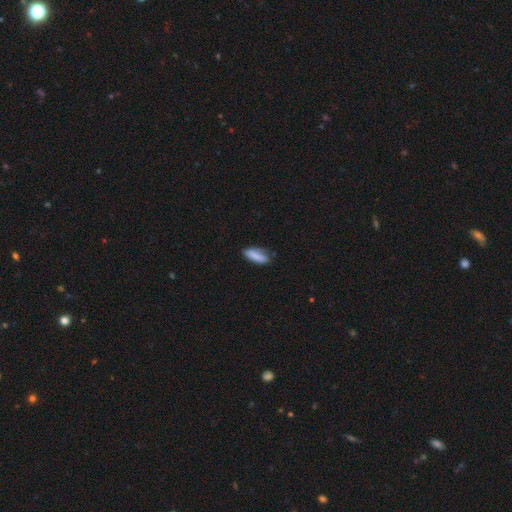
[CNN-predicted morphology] The model was most divided on "how rounded": in between: 57%, cigar-shaped: 41%, round: 2%. More confident: smooth or featured — smooth (82%); merging — none (70%).